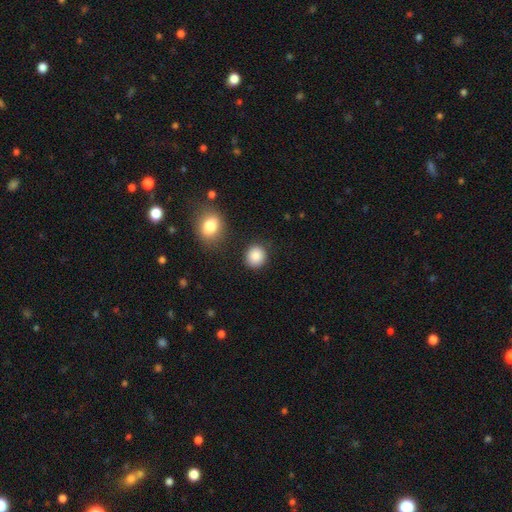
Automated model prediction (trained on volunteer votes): Overall: smooth (88%). How rounded: round (84%). Merging: none (86%).